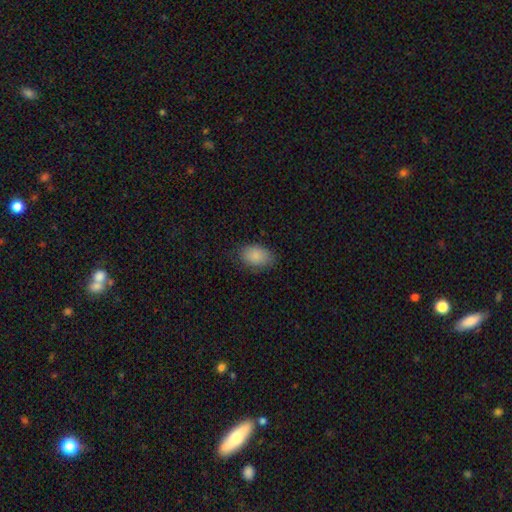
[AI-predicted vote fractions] smooth 87%, star or artifact 7%, featured or disk 5%. Down the decision tree: how rounded — in between (87%); merging — none (79%).